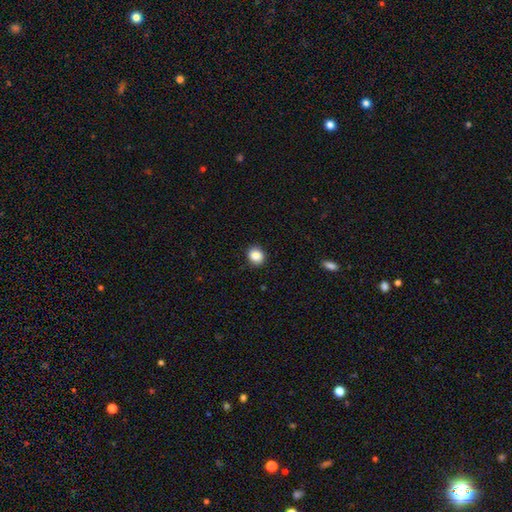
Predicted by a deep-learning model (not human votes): Morphology: type=smooth (87%); roundness=round (82%); merging=none (90%).